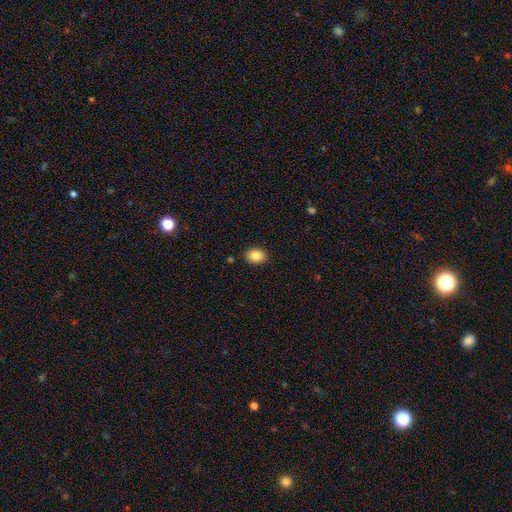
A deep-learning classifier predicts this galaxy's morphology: Overall: smooth (85%). How rounded: in between (71%). Merging: none (90%).